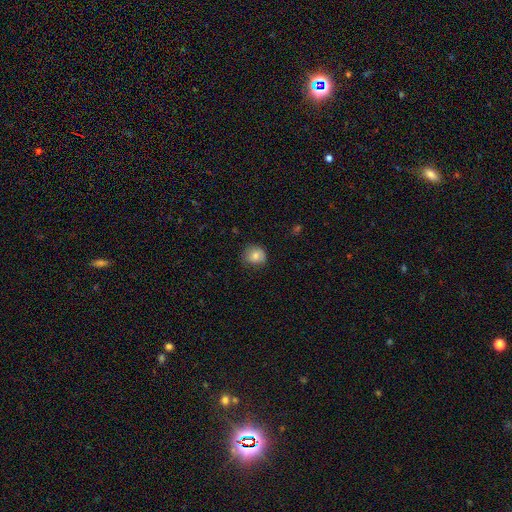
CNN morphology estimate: Smooth or featured? Predicted: smooth (p=0.78). How rounded? Predicted: round (p=0.80). Merging? Predicted: none (p=0.72).